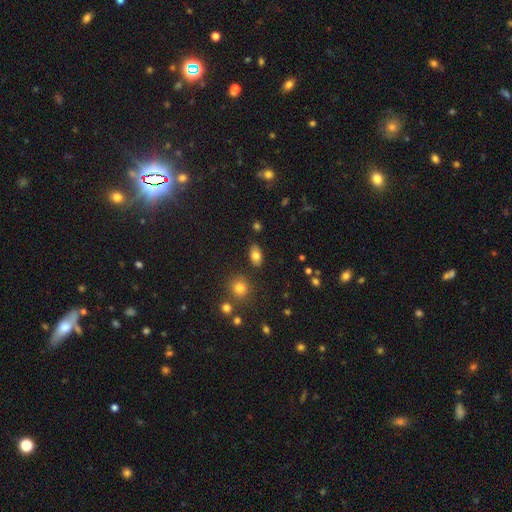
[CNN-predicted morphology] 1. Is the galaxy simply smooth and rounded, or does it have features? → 80% smooth, 10% featured or disk, 10% star or artifact.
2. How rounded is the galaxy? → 87% in between, 11% round, 2% cigar-shaped.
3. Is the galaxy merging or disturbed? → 85% none, 10% minor disturbance, 3% merger, 3% major disturbance.